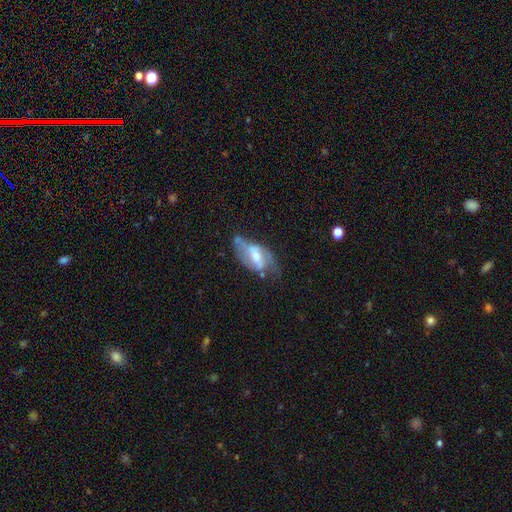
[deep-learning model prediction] featured or disk 73%, smooth 20%, star or artifact 6%. Down the decision tree: edge-on disk — no (91%); bar — weak (42%); spiral arms — yes (79%); spiral arm count — 2 (76%); spiral winding — medium (43%); bulge size — moderate (55%); merging — none (44%).